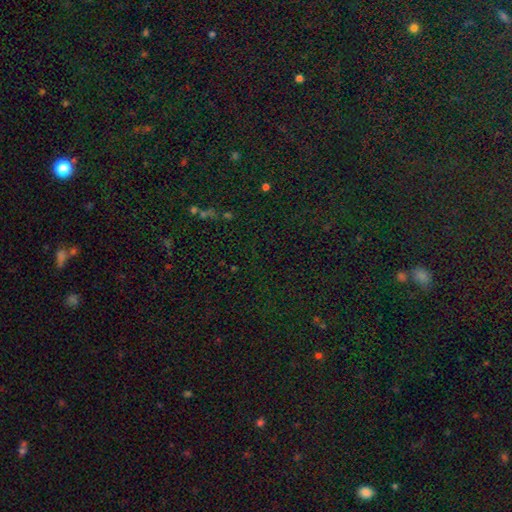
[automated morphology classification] smooth-or-featured: star or artifact: 78% | smooth: 14% | featured or disk: 8%